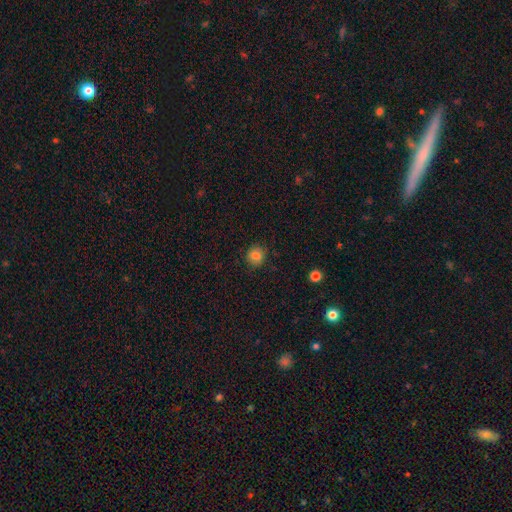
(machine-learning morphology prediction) smooth 83%, star or artifact 11%, featured or disk 6%. Down the decision tree: how rounded — round (87%); merging — none (88%).